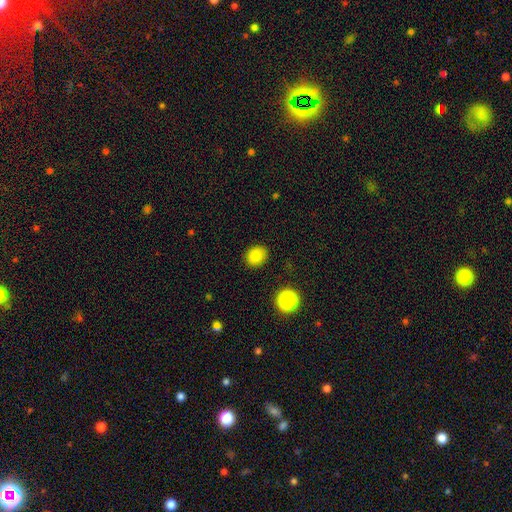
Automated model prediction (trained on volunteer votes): Smooth or featured?
  - smooth: 84% *
  - star or artifact: 12%
  - featured or disk: 4%
How rounded?
  - round: 65% *
  - in between: 34%
  - cigar-shaped: 1%
Merging?
  - none: 88% *
  - minor disturbance: 8%
  - major disturbance: 3%
  - merger: 1%